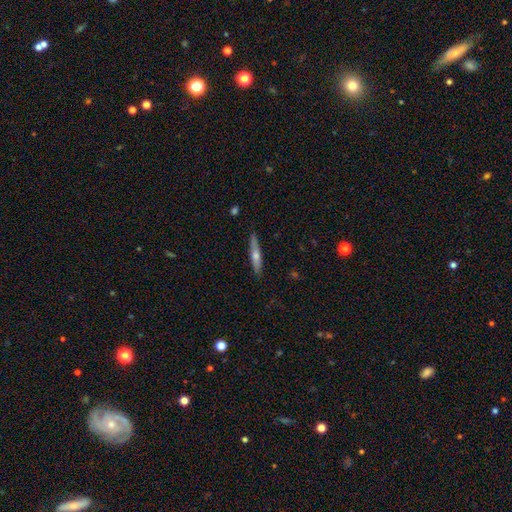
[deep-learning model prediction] Morphology: type=featured or disk (51%); edge-on=yes (93%); merging=none (89%).